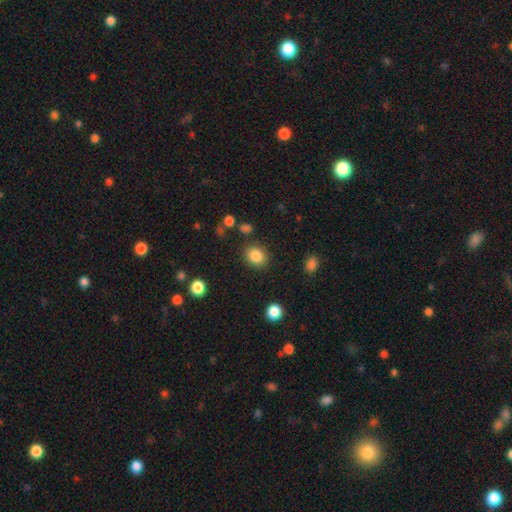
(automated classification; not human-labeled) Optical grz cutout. It shows a smooth galaxy with no disk features (85%) that is round (62%). Merging: none (83%).